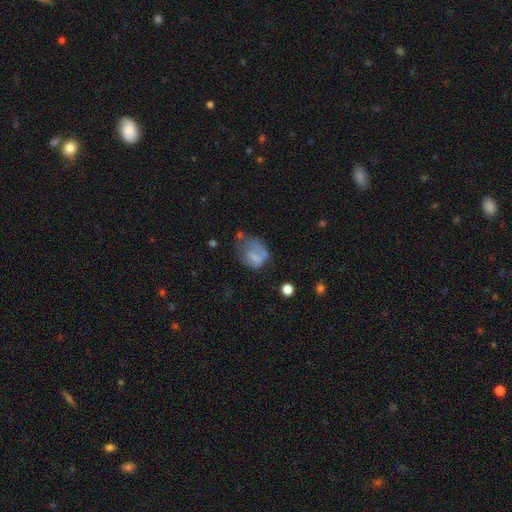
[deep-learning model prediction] smooth 59%, featured or disk 30%, star or artifact 11%. Down the decision tree: how rounded — in between (58%); merging — major disturbance (40%).